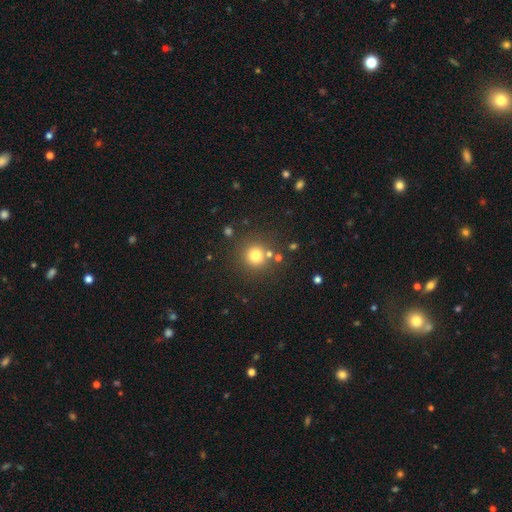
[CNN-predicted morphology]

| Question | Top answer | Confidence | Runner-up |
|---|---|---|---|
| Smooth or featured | smooth | 76% | star or artifact (15%) |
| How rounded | round | 94% | in between (5%) |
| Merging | none | 82% | minor disturbance (8%) |